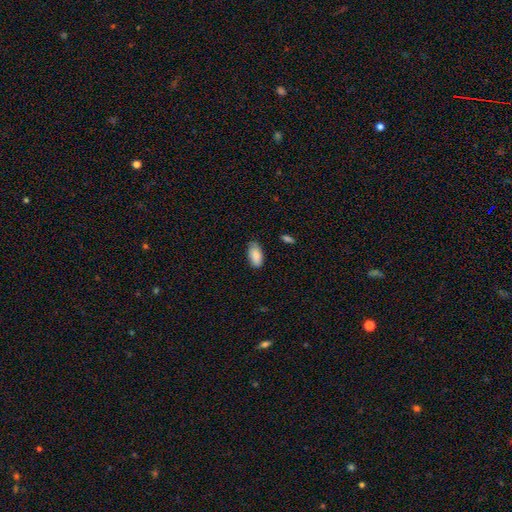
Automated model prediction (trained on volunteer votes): The model was most divided on "merging": none: 73%, minor disturbance: 23%, major disturbance: 3%, merger: 1%. More confident: how rounded — in between (92%); smooth or featured — smooth (87%).